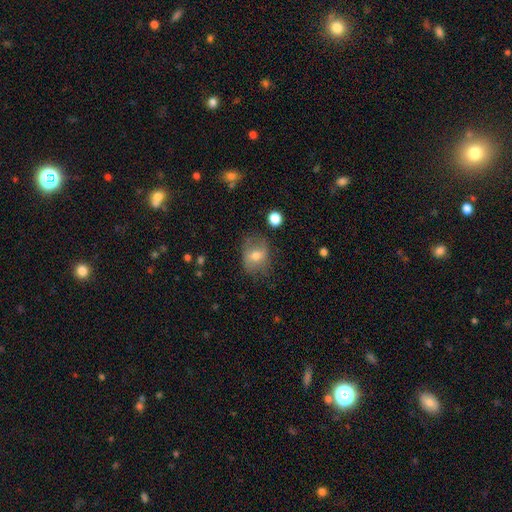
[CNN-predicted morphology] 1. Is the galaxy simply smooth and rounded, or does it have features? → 59% smooth, 32% featured or disk, 10% star or artifact.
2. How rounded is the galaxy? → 56% in between, 43% round, 2% cigar-shaped.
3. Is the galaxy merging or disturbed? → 65% none, 23% minor disturbance, 11% major disturbance, 2% merger.